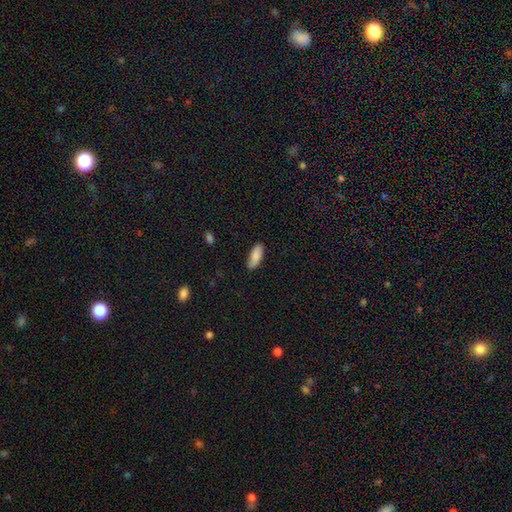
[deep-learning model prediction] This is clearly a smooth galaxy (87%). How rounded: likely in between (74%). Merging: clearly none (85%).